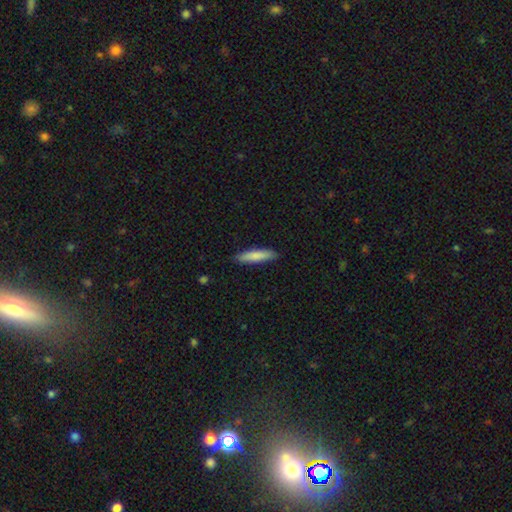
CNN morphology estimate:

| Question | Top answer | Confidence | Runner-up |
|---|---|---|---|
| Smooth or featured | smooth | 81% | featured or disk (14%) |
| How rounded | cigar-shaped | 82% | in between (17%) |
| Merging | none | 88% | minor disturbance (9%) |